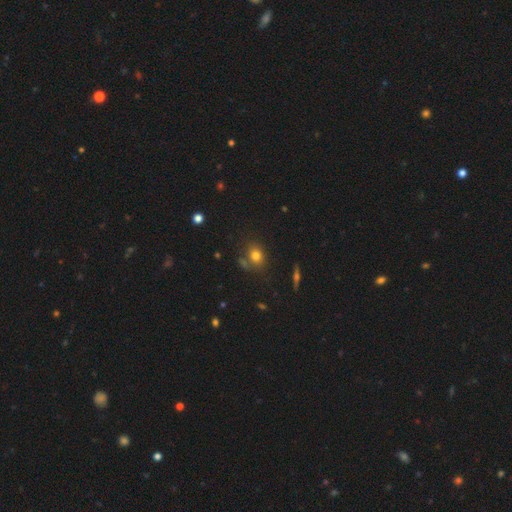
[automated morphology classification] smooth-or-featured: smooth: 75% | star or artifact: 14% | featured or disk: 10%
  how-rounded: round: 65% | in between: 33% | cigar-shaped: 2%
  merging: none: 71% | minor disturbance: 14% | merger: 10% | major disturbance: 5%